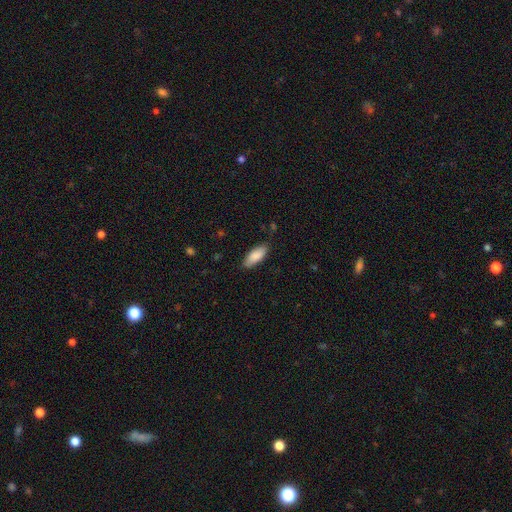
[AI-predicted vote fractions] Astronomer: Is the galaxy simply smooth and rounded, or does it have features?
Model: smooth — 87%.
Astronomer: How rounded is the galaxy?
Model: in between — 79%.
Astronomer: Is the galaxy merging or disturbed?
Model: none — 81%.